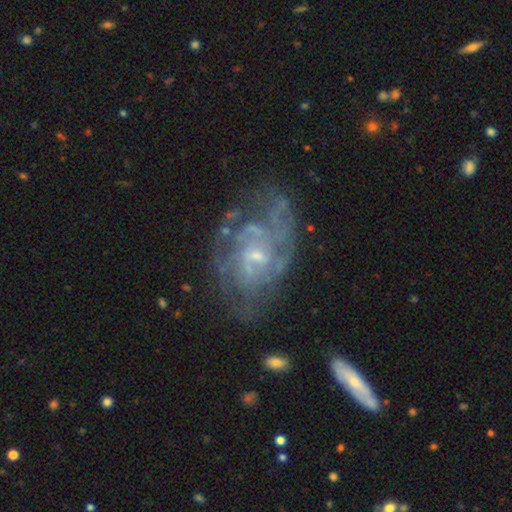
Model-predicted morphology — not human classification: Smooth or featured? Predicted: featured or disk (p=0.79). Edge-on disk? Predicted: no (p=0.96). Bar? Predicted: no (p=0.65). Spiral arms? Predicted: yes (p=0.78). Spiral winding? Predicted: tight (p=0.51). Spiral arm count? Predicted: can't tell (p=0.53). Bulge size? Predicted: small (p=0.66). Merging? Predicted: none (p=0.56).